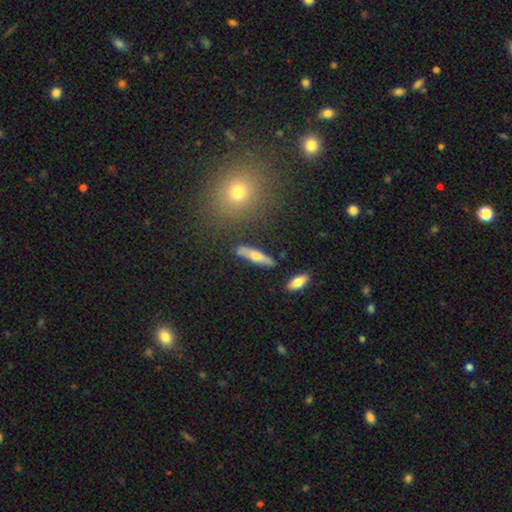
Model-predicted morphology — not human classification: Overall: smooth (50%; featured or disk 41%). How rounded: cigar-shaped (73%). Merging: none (84%).